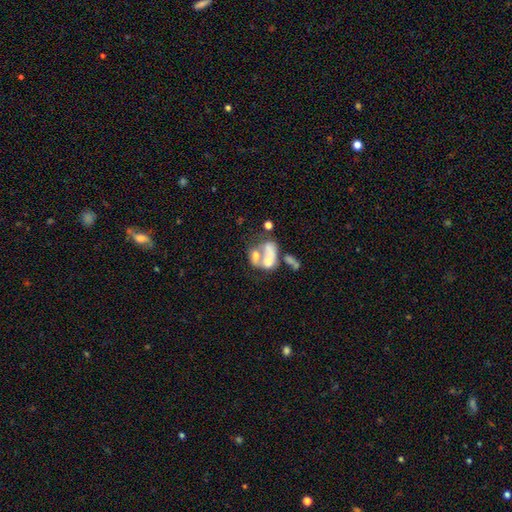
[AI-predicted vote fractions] smooth 49%, featured or disk 40%, star or artifact 12%. Down the decision tree: merging — merger (66%).